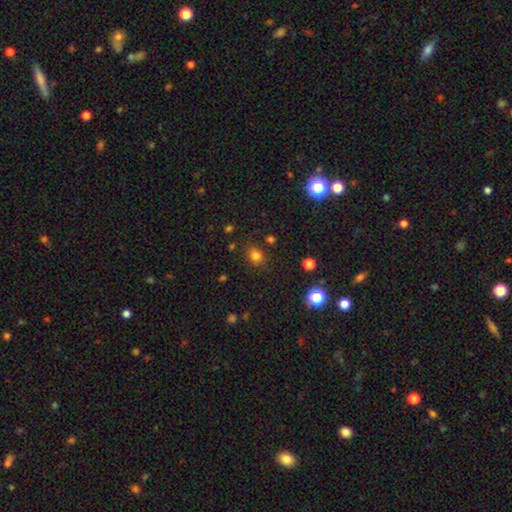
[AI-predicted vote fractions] Smooth or featured? Predicted: smooth (p=0.77). How rounded? Predicted: round (p=0.60). Merging? Predicted: none (p=0.79).